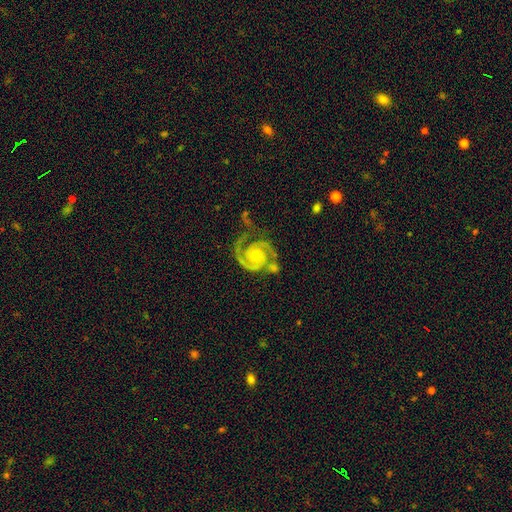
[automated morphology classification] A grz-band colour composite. It shows a featured or disk galaxy (93%) with no bar (75%), 2 (91%) tight (52%) spiral arms (99%) and a small central bulge (63%). Merging: none (56%).